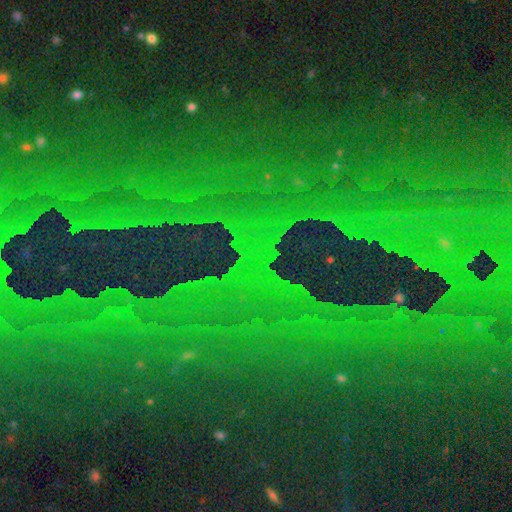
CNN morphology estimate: smooth-or-featured: star or artifact: 86% | smooth: 7% | featured or disk: 7%